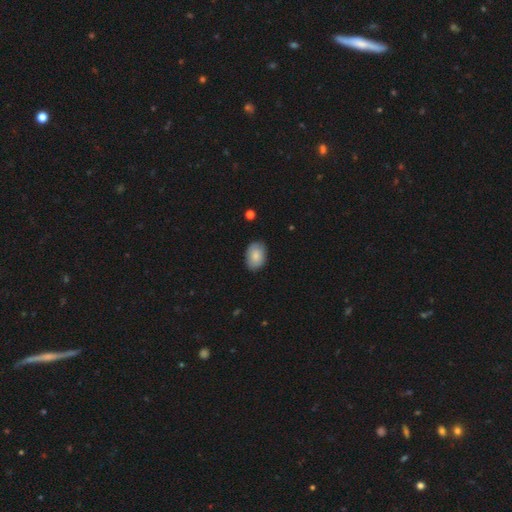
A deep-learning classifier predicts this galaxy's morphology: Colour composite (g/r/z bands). It shows a smooth galaxy with no disk features (82%) that is in between round and cigar-shaped (81%). Merging: none (81%).